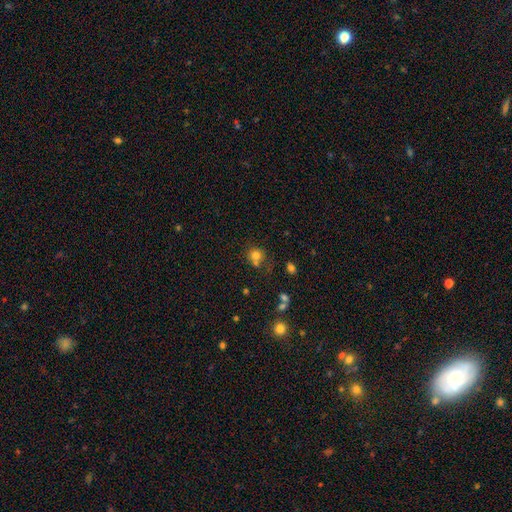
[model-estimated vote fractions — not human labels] This appears to be a smooth galaxy with no disk features (76%) that is round (84%). Merging: none (54%).